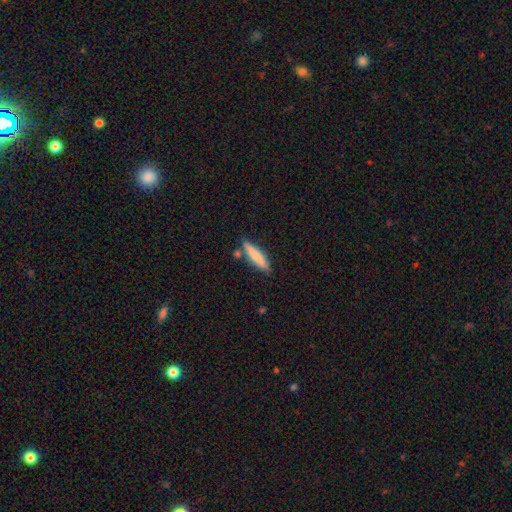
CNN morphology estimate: The model was most divided on "smooth or featured": smooth: 77%, featured or disk: 17%, star or artifact: 6%. More confident: how rounded — cigar-shaped (84%); merging — none (76%).